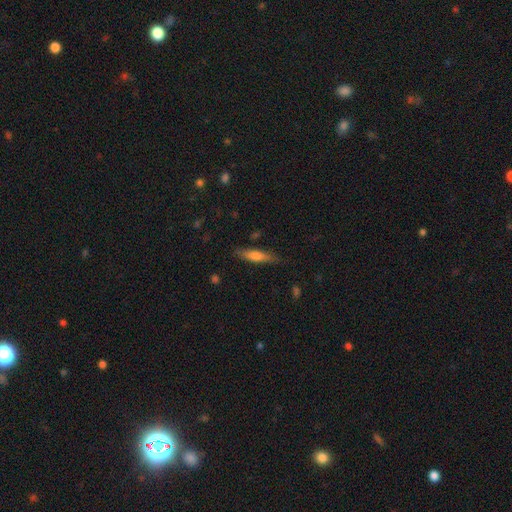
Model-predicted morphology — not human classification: Q: Smooth or featured?
A: smooth (62%); runner-up: featured or disk (31%)
Q: How rounded?
A: cigar-shaped (78%); runner-up: in between (21%)
Q: Merging?
A: none (82%); runner-up: minor disturbance (13%)